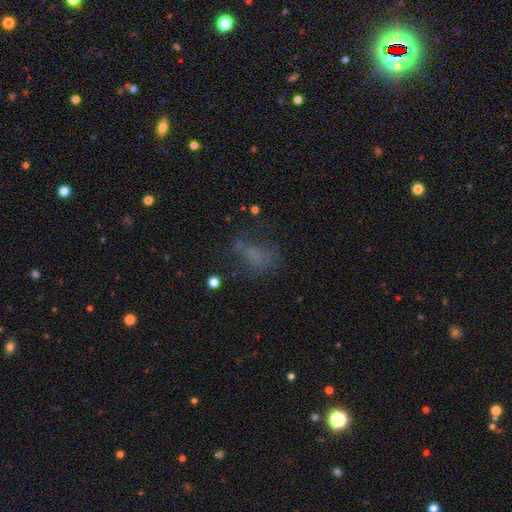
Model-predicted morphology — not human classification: smooth-or-featured: smooth: 51% | featured or disk: 25% | star or artifact: 24%
  how-rounded: in between: 72% | round: 23% | cigar-shaped: 5%
  merging: none: 45% | major disturbance: 29% | minor disturbance: 21% | merger: 5%